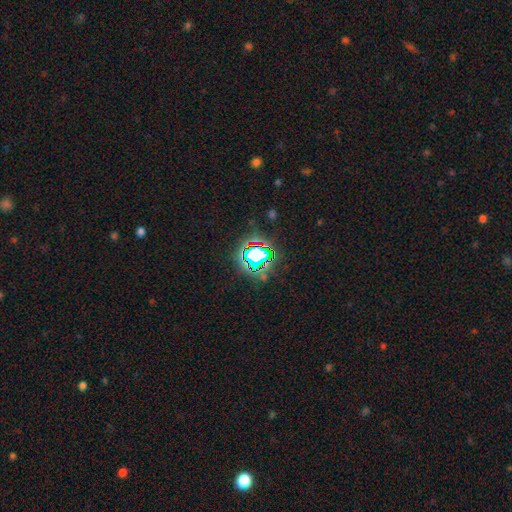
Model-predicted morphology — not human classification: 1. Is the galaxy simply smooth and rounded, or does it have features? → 70% star or artifact, 17% smooth, 12% featured or disk.